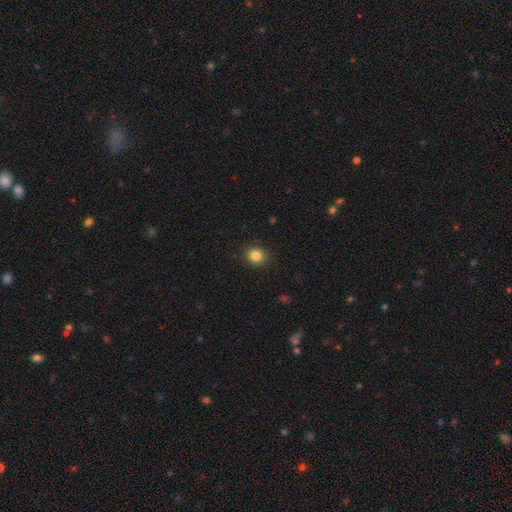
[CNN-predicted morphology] A smooth galaxy with no disk features (84%) that is round (80%).

Vote fractions:
- Smooth or featured? smooth: 84% / star or artifact: 11% / featured or disk: 5%
- How rounded? round: 80% / in between: 19% / cigar-shaped: 1%
- Merging? none: 90% / minor disturbance: 7% / major disturbance: 2% / merger: 1%